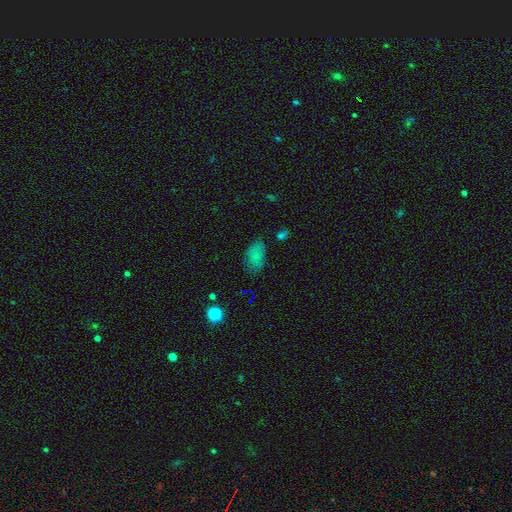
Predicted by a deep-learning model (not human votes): This is likely a smooth galaxy (71%). How rounded: clearly in between (89%). Merging: likely none (64%).